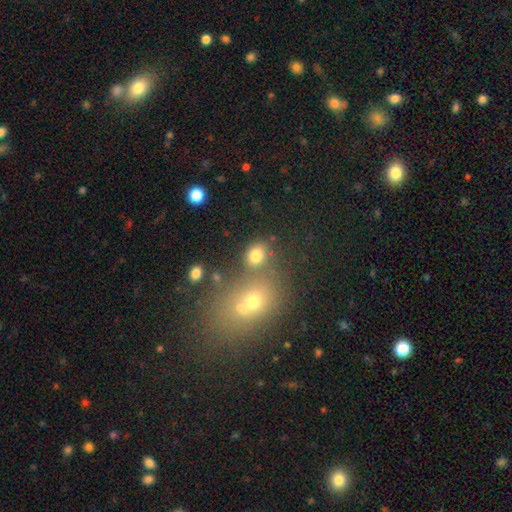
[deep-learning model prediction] Q: Smooth or featured?
A: smooth (75%); runner-up: star or artifact (16%)
Q: How rounded?
A: round (54%); runner-up: in between (44%)
Q: Merging?
A: none (61%); runner-up: merger (23%)